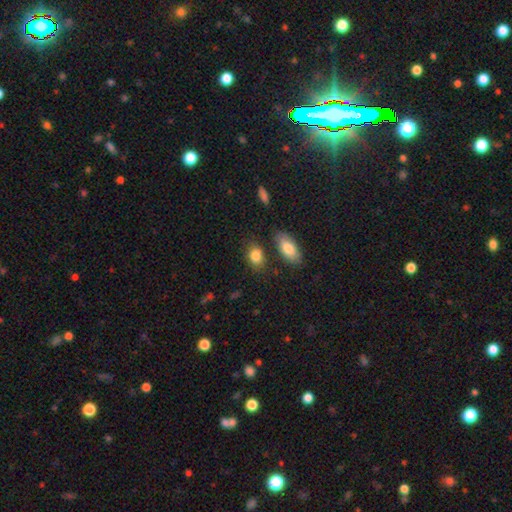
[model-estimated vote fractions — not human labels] smooth 86%, star or artifact 8%, featured or disk 6%. Down the decision tree: how rounded — in between (77%); merging — none (74%).